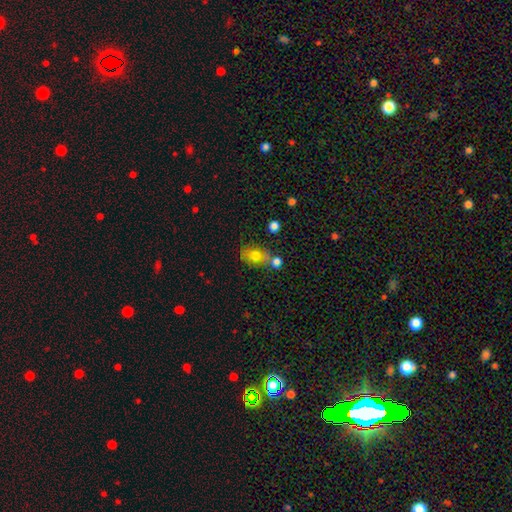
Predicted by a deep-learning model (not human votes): The model was most divided on "merging": none: 55%, merger: 22%, minor disturbance: 17%, major disturbance: 6%. More confident: smooth or featured — smooth (72%); how rounded — in between (69%).